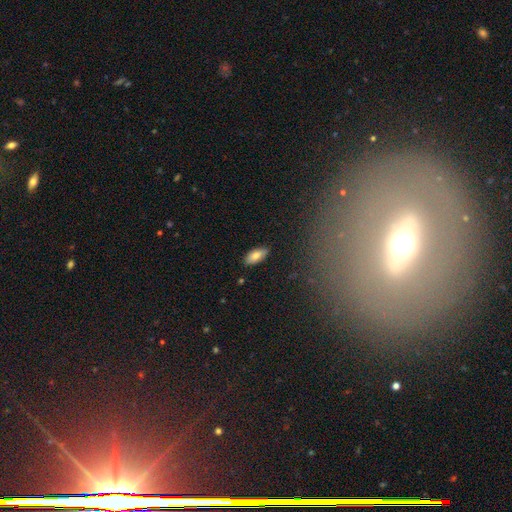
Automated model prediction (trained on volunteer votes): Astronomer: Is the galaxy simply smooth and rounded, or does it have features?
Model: smooth — 79%.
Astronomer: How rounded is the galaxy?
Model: in between — 87%.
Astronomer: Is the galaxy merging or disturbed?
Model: none — 86%.